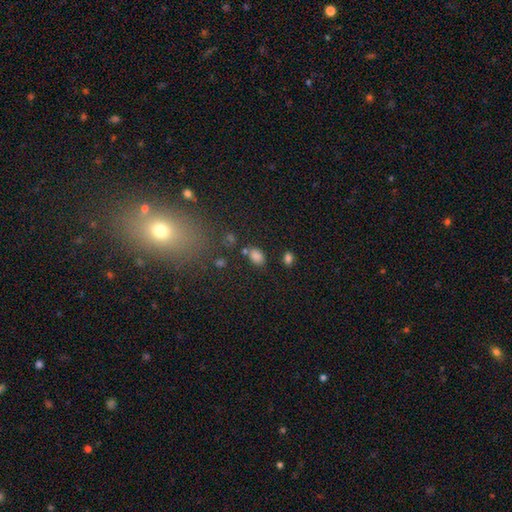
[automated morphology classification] Overall: smooth (72%). How rounded: in between (74%). Merging: none (76%).